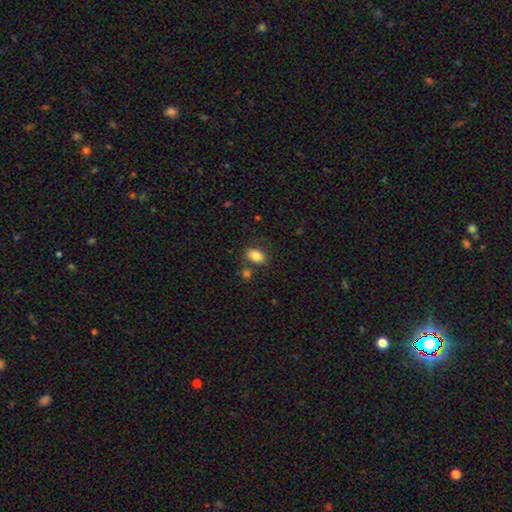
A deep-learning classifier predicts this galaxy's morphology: Smooth or featured? Predicted: smooth (p=0.84). How rounded? Predicted: in between (p=0.87). Merging? Predicted: none (p=0.70).